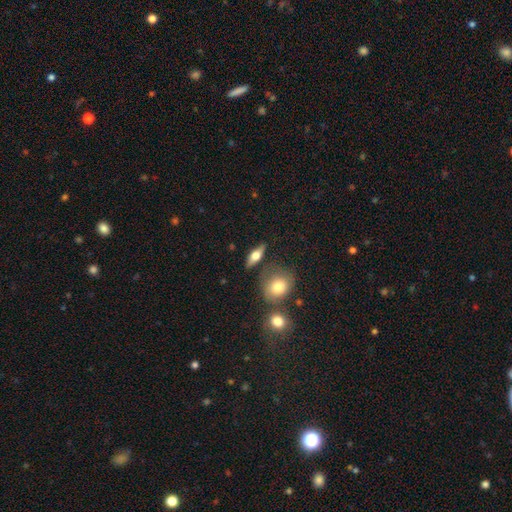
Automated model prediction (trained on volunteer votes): This appears to be a smooth galaxy with no disk features (49%). Merging: none (78%).